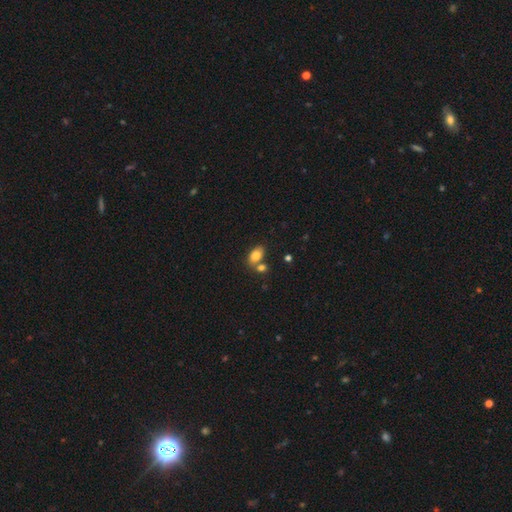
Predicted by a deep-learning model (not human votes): Q: Smooth or featured?
A: smooth (82%); runner-up: star or artifact (9%)
Q: How rounded?
A: in between (89%); runner-up: round (9%)
Q: Merging?
A: none (55%); runner-up: merger (27%)